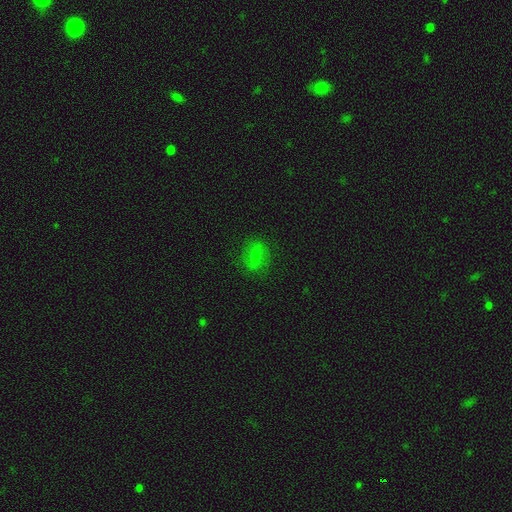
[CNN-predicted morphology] This is possibly a smooth galaxy (56%). How rounded: possibly round (51%). Merging: clearly none (80%).